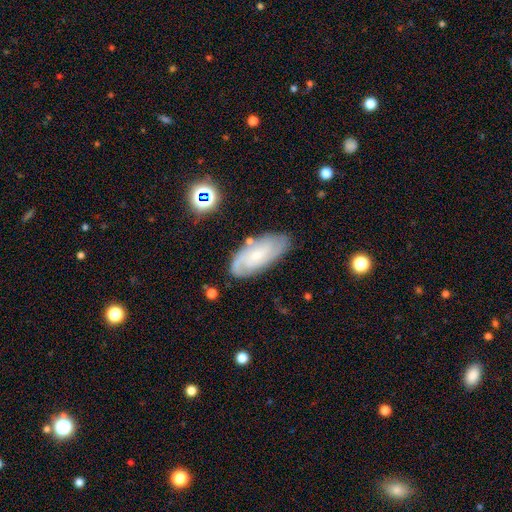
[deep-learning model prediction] smooth_or_featured: featured or disk (p=0.65) [alt: smooth p=0.27]
disk_edge_on: no (p=0.92) [alt: yes p=0.08]
bar: no (p=0.62) [alt: weak p=0.32]
has_spiral_arms: yes (p=0.91) [alt: no p=0.09]
spiral_winding: tight (p=0.52) [alt: medium p=0.36]
spiral_arm_count: can't tell (p=0.38) [alt: 2 p=0.36]
bulge_size: small (p=0.66) [alt: moderate p=0.23]
merging: none (p=0.77) [alt: minor disturbance p=0.16]